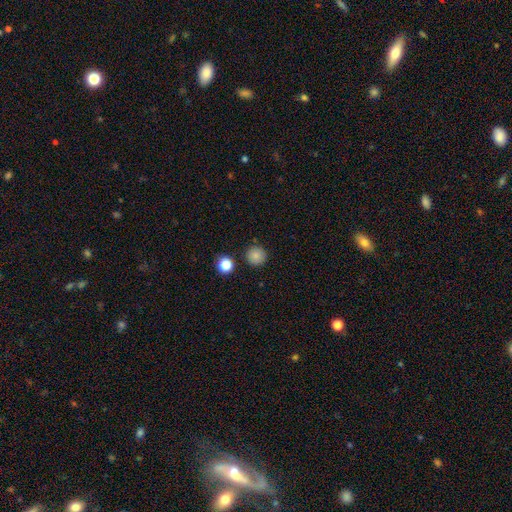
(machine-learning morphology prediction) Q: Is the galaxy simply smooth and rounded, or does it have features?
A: smooth — 83%.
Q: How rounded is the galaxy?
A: round — 96%.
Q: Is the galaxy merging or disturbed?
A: none — 89%.